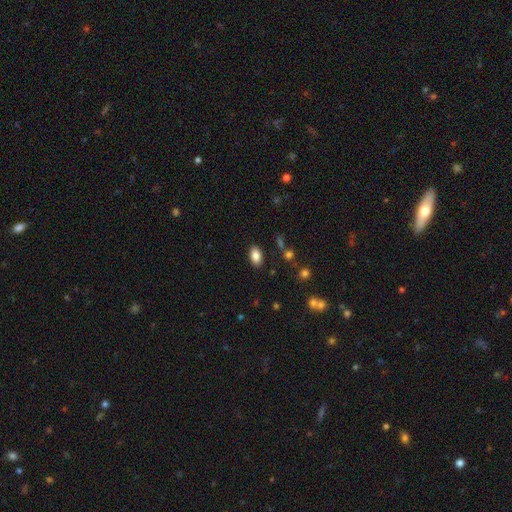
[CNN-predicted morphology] type=smooth (85%); roundness=in between (90%); merging=none (87%).